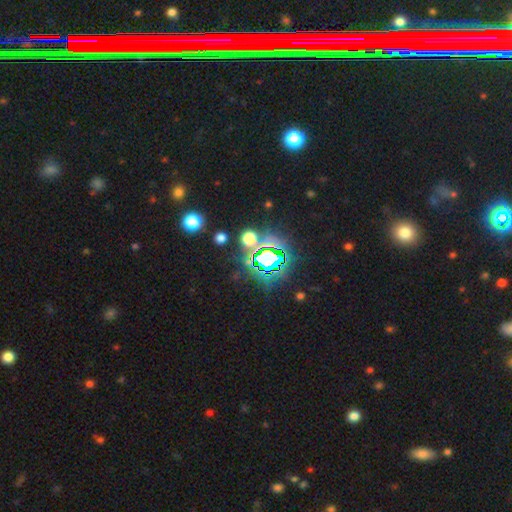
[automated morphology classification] type=star or artifact (76%).